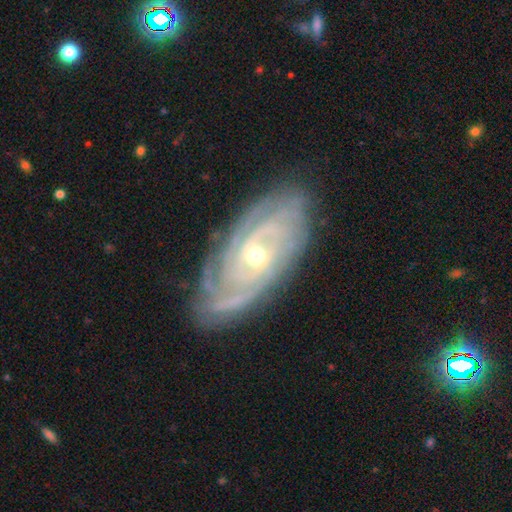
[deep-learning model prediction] This is clearly a featured or disk galaxy (88%). It is clearly not viewed edge-on (93%). Bar: likely no (64%). Spiral arm pattern: clearly yes (97%). Spiral arm count: marginally can't tell (25%). Spiral winding: likely tight (77%). Central bulge: possibly small (56%). Merging: clearly none (82%).